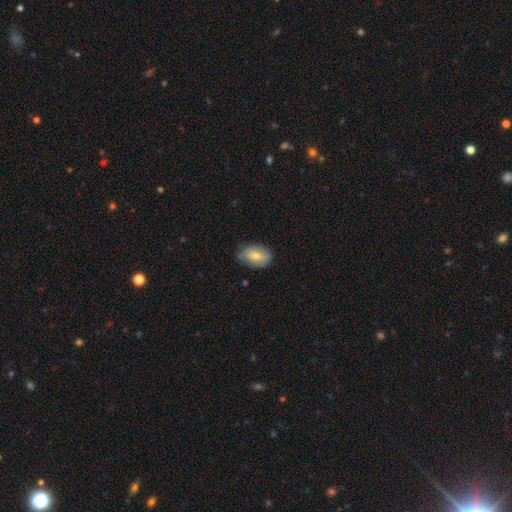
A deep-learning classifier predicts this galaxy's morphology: This appears to be a smooth galaxy with no disk features (73%) that is in between round and cigar-shaped (87%). Merging: none (73%).